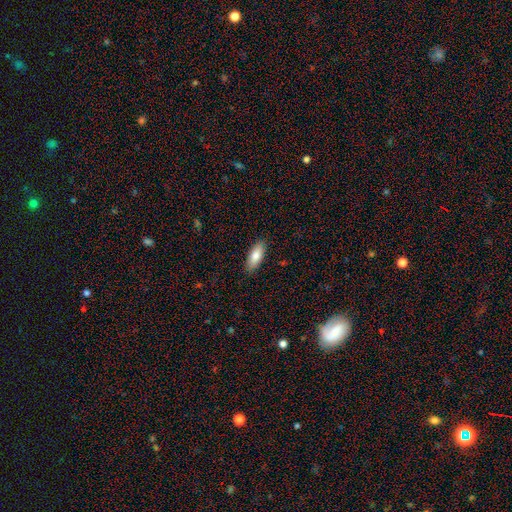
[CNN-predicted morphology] A smooth galaxy with no disk features (79%) that is in between round and cigar-shaped (74%). Merging: none (89%).